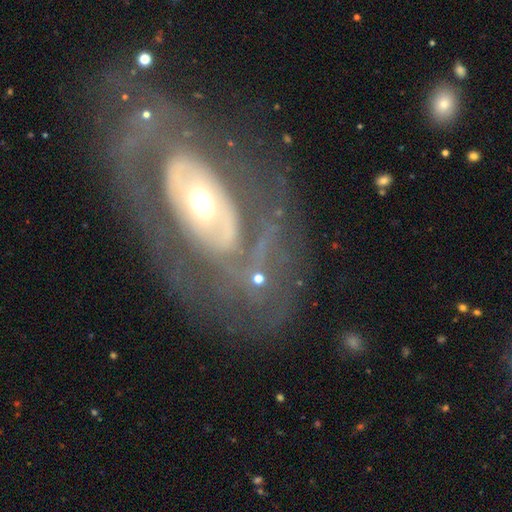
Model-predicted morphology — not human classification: smooth-or-featured: featured or disk: 80% | smooth: 14% | star or artifact: 6%
  disk-edge-on: no: 92% | yes: 8%
    bar: no: 64% | weak: 21% | strong: 14%
    has-spiral-arms: yes: 58% | no: 42%
    bulge-size: moderate: 59% | small: 20% | large: 17% | dominant: 2% | none: 1%
  merging: none: 68% | major disturbance: 15% | minor disturbance: 15% | merger: 3%